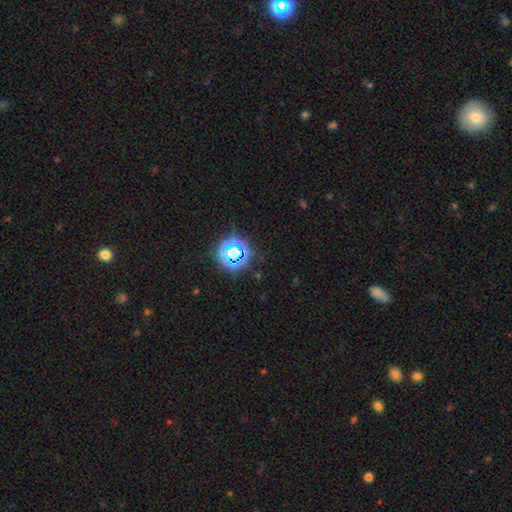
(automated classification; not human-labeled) A star or artifact, not a galaxy (72%).